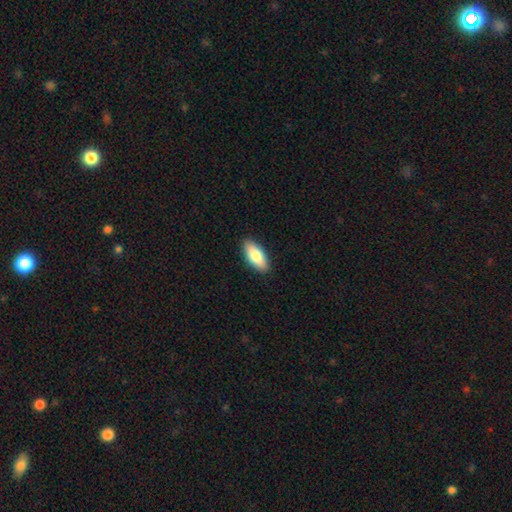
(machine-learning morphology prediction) smooth 78%, featured or disk 16%, star or artifact 6%. Down the decision tree: how rounded — in between (84%); merging — none (90%).